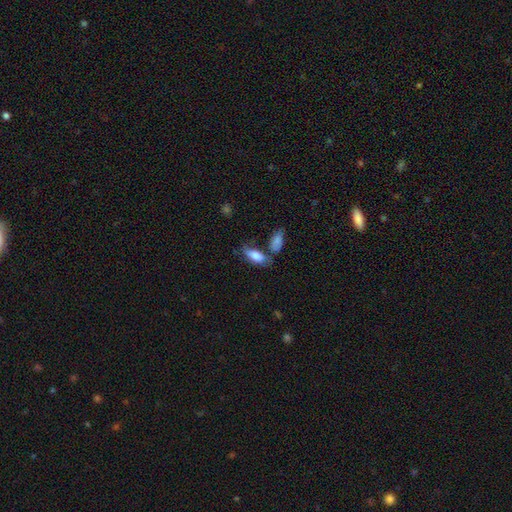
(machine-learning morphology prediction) Q: Smooth or featured?
A: smooth (75%); runner-up: featured or disk (18%)
Q: How rounded?
A: in between (82%); runner-up: cigar-shaped (16%)
Q: Merging?
A: none (42%); runner-up: minor disturbance (23%)